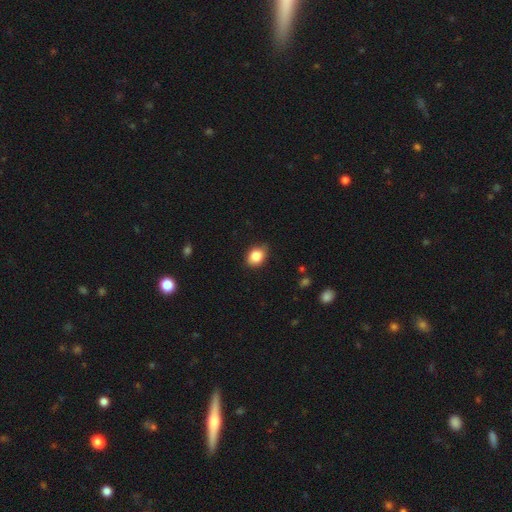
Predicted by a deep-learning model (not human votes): Smooth or featured?
  - smooth: 84% *
  - star or artifact: 9%
  - featured or disk: 7%
How rounded?
  - in between: 60% *
  - round: 39%
  - cigar-shaped: 1%
Merging?
  - none: 77% *
  - minor disturbance: 19%
  - major disturbance: 3%
  - merger: 1%